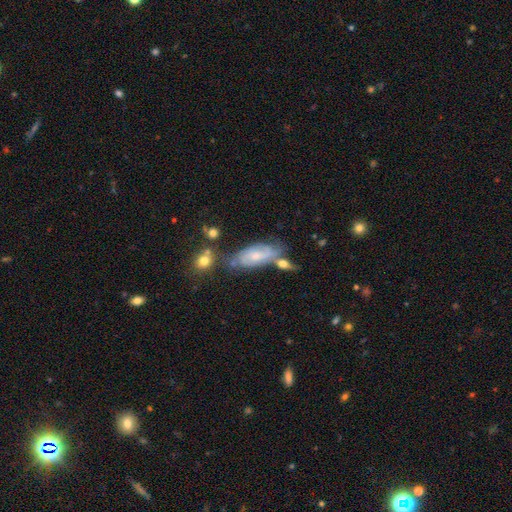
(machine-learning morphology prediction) This is possibly a featured or disk galaxy (53%). It is clearly not viewed edge-on (87%). Merging: possibly none (50%).